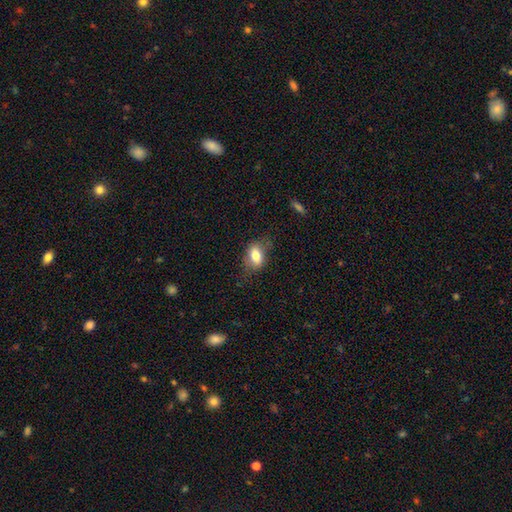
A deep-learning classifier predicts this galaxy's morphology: smooth-or-featured: smooth: 74% | featured or disk: 17% | star or artifact: 9%
  how-rounded: in between: 82% | round: 15% | cigar-shaped: 3%
  merging: none: 66% | minor disturbance: 23% | major disturbance: 9% | merger: 1%